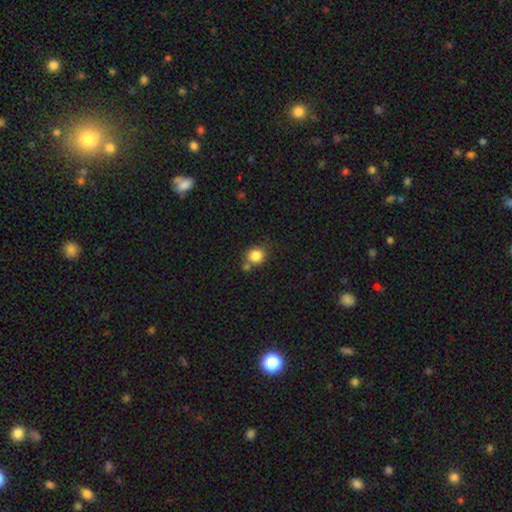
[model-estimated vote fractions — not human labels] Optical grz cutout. It shows a smooth galaxy with no disk features (84%) that is round (83%). Merging: none (65%).